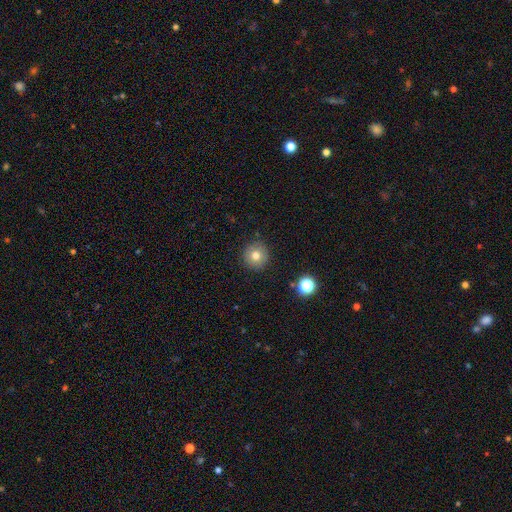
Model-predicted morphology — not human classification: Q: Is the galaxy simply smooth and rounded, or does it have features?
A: smooth — 76%.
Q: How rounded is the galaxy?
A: round — 95%.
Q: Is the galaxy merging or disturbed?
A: none — 91%.